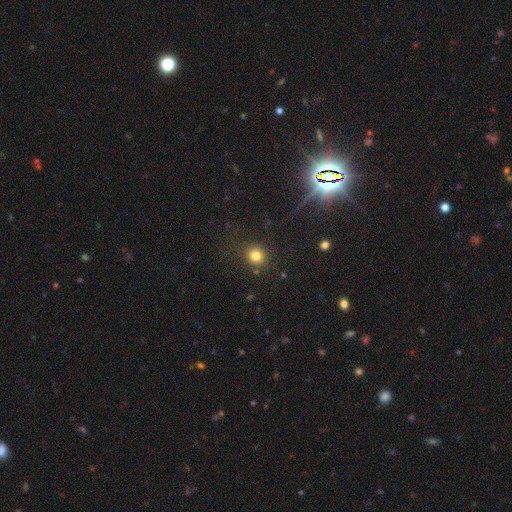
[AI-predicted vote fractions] A smooth galaxy with no disk features (80%) that is round (87%).

Vote fractions:
- Smooth or featured? smooth: 80% / star or artifact: 14% / featured or disk: 6%
- How rounded? round: 87% / in between: 12% / cigar-shaped: 1%
- Merging? none: 84% / minor disturbance: 9% / major disturbance: 4% / merger: 3%